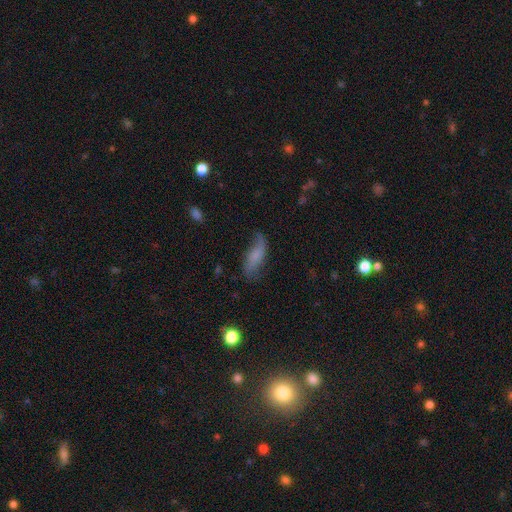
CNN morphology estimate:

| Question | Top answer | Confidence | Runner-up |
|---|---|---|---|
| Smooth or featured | smooth | 59% | featured or disk (32%) |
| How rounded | in between | 63% | cigar-shaped (34%) |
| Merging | none | 56% | minor disturbance (29%) |